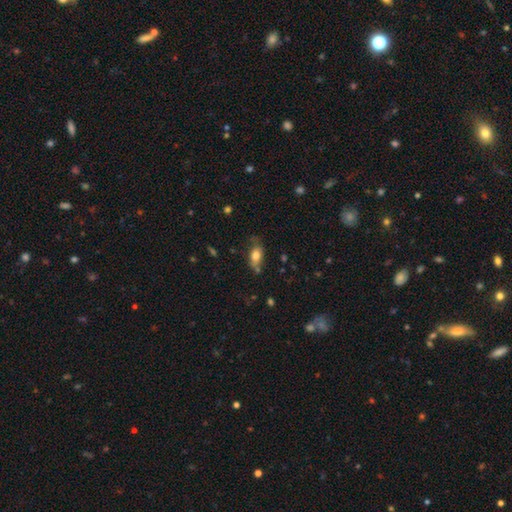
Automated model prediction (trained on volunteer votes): A smooth galaxy with no disk features (72%) that is in between round and cigar-shaped (83%).

Vote fractions:
- Smooth or featured? smooth: 72% / featured or disk: 19% / star or artifact: 9%
- How rounded? in between: 83% / cigar-shaped: 9% / round: 9%
- Merging? none: 53% / minor disturbance: 30% / major disturbance: 10% / merger: 7%